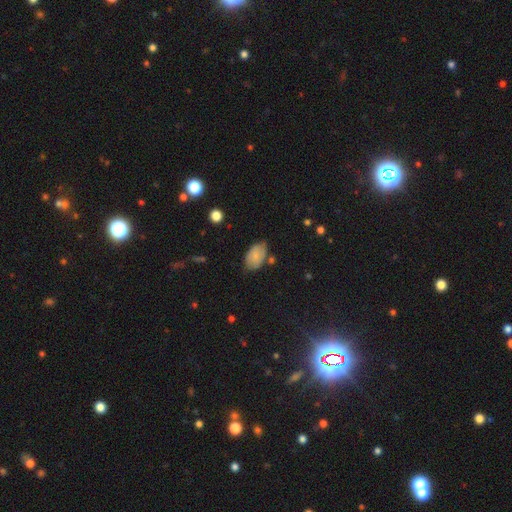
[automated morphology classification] Overall: smooth (74%). How rounded: in between (90%). Merging: none (63%; minor disturbance 26%).